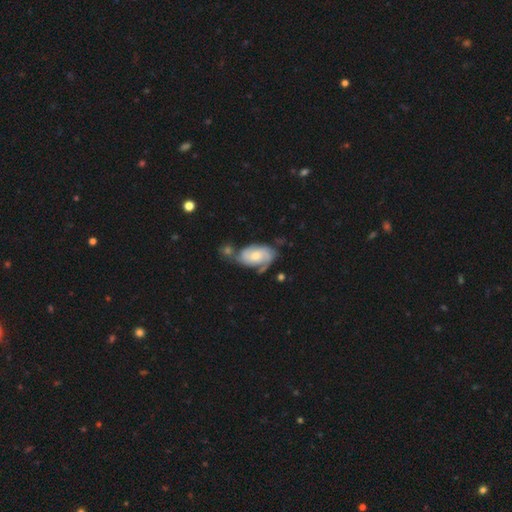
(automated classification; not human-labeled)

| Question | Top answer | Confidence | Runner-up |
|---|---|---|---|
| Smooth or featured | featured or disk | 64% | smooth (30%) |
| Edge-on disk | no | 96% | yes (4%) |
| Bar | no | 68% | weak (27%) |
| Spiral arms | yes | 89% | no (11%) |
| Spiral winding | tight | 45% | medium (38%) |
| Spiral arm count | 2 | 39% | can't tell (28%) |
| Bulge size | moderate | 54% | small (37%) |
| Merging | none | 41% | minor disturbance (24%) |